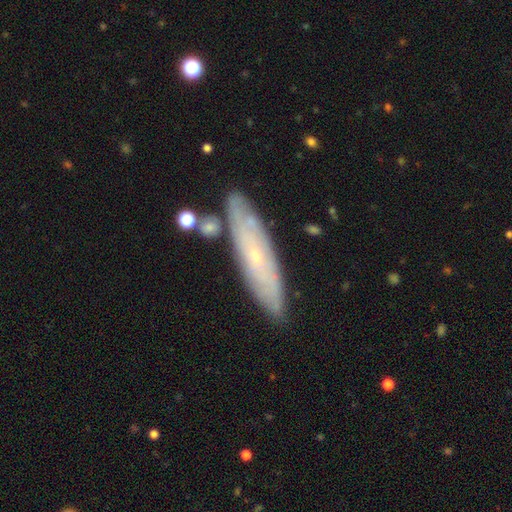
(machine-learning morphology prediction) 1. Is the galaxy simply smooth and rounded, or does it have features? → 67% featured or disk, 26% smooth, 7% star or artifact.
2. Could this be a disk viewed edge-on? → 64% no, 36% yes.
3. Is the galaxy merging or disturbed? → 81% none, 13% minor disturbance, 4% merger, 2% major disturbance.